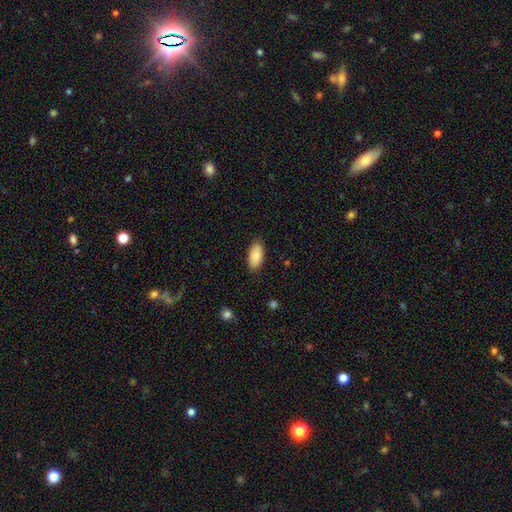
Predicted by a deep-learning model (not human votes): The model was most divided on "merging": none: 87%, minor disturbance: 10%, major disturbance: 2%, merger: 1%. More confident: how rounded — in between (93%); smooth or featured — smooth (86%).